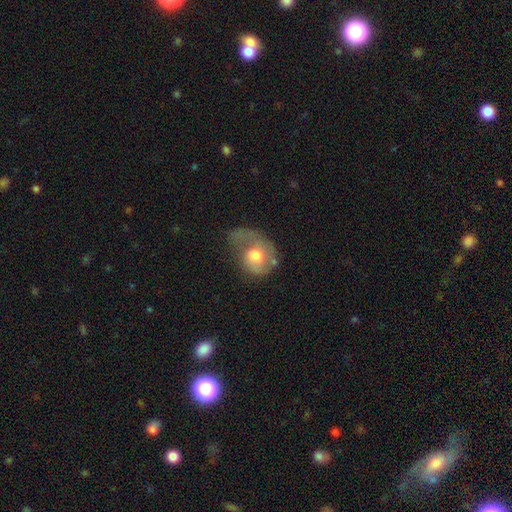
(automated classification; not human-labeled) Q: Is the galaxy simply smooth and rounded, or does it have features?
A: smooth — 52%.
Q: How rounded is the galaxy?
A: round — 56%.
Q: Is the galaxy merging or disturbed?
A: major disturbance — 46%.